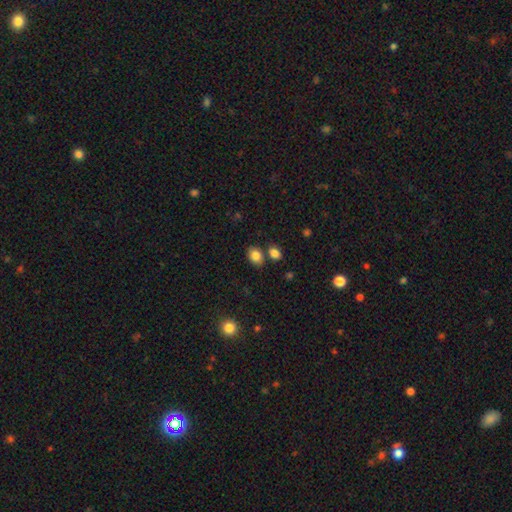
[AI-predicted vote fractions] Smooth or featured? Predicted: smooth (p=0.84). How rounded? Predicted: in between (p=0.66). Merging? Predicted: none (p=0.72).